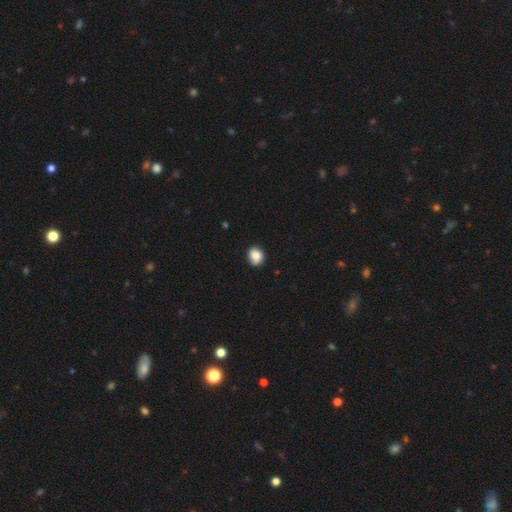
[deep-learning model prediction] Smooth or featured: smooth — 85% (star or artifact — 8%)
How rounded: round — 63% (in between — 36%)
Merging: none — 83% (minor disturbance — 13%)